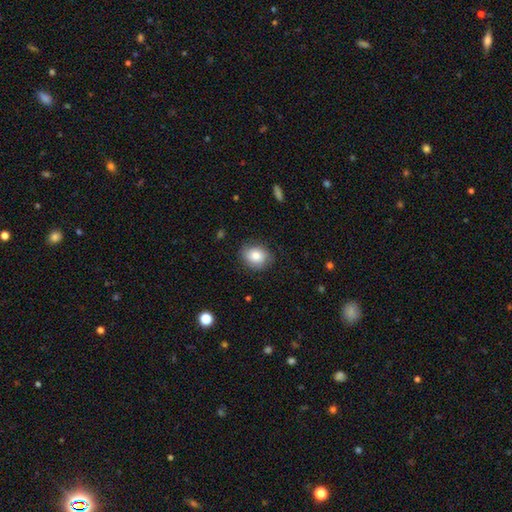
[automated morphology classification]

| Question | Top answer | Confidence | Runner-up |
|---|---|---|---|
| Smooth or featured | smooth | 80% | featured or disk (11%) |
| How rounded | round | 56% | in between (43%) |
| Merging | none | 79% | minor disturbance (16%) |